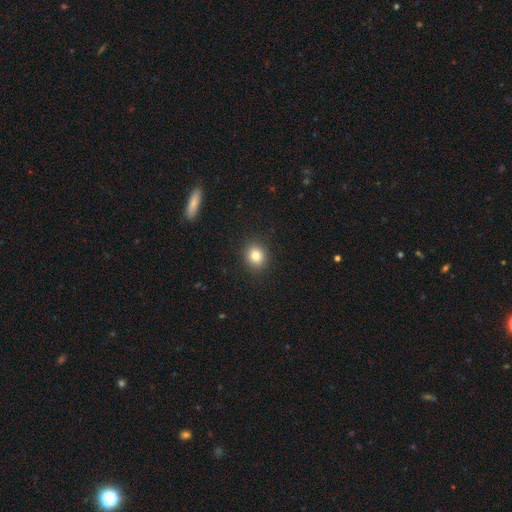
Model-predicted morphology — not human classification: A smooth galaxy with no disk features (83%) that is round (70%).

Vote fractions:
- Smooth or featured? smooth: 83% / star or artifact: 11% / featured or disk: 7%
- How rounded? round: 70% / in between: 29% / cigar-shaped: 1%
- Merging? none: 90% / minor disturbance: 7% / major disturbance: 2% / merger: 1%